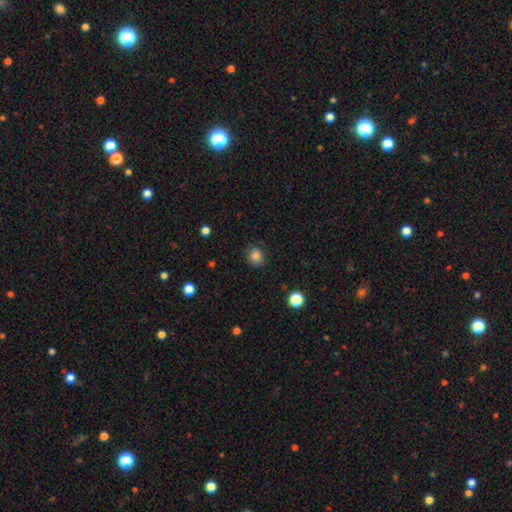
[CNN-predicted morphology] A smooth galaxy with no disk features (84%) that is round (75%).

Vote fractions:
- Smooth or featured? smooth: 84% / star or artifact: 12% / featured or disk: 4%
- How rounded? round: 75% / in between: 24% / cigar-shaped: 1%
- Merging? none: 85% / minor disturbance: 11% / major disturbance: 3% / merger: 1%